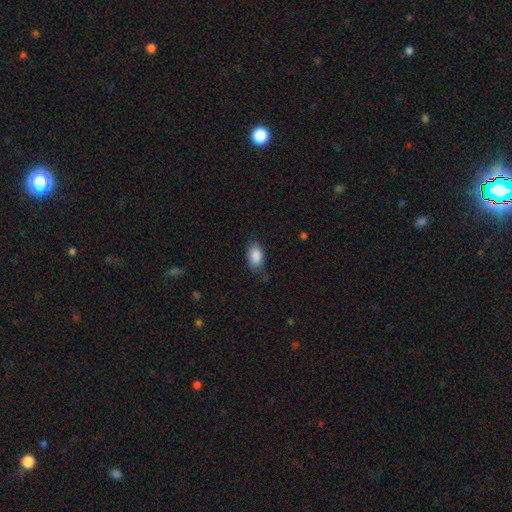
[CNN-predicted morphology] This appears to be a smooth galaxy with no disk features (88%) that is in between round and cigar-shaped (91%). Merging: none (76%).